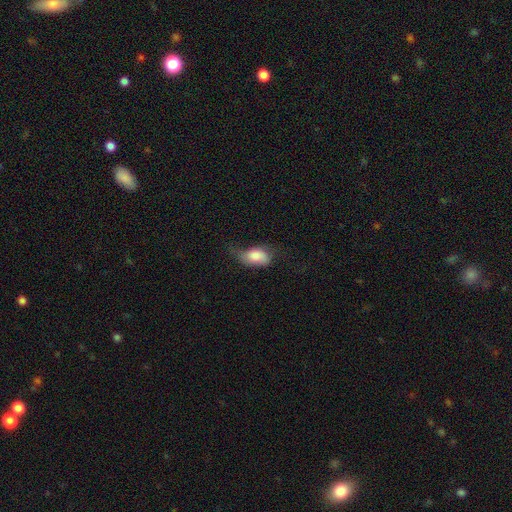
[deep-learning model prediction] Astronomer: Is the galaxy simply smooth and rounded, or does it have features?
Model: smooth — 78%.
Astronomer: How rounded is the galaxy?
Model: in between — 91%.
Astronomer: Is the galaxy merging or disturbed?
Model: minor disturbance — 39% (runner-up: none, 31%).